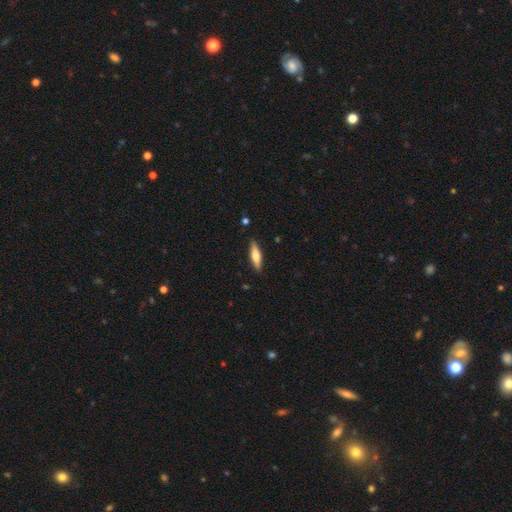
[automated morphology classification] Smooth or featured? Predicted: smooth (p=0.56). How rounded? Predicted: cigar-shaped (p=0.63). Merging? Predicted: none (p=0.89).